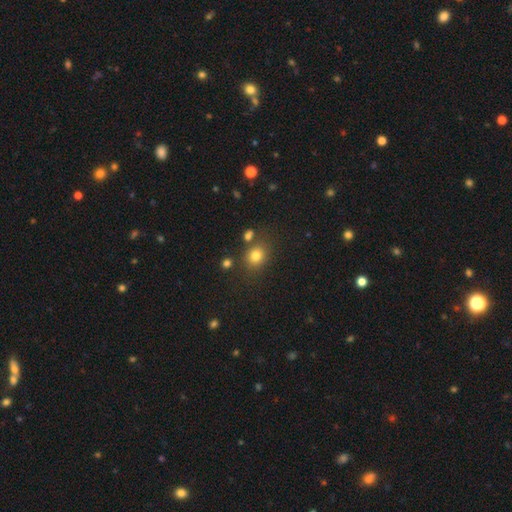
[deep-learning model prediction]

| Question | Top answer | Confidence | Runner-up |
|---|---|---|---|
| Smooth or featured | smooth | 78% | star or artifact (15%) |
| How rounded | round | 69% | in between (31%) |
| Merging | none | 73% | minor disturbance (12%) |